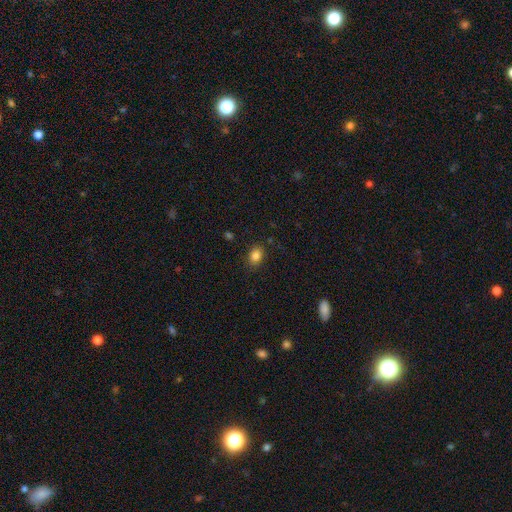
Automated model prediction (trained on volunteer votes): smooth-or-featured: smooth: 84% | star or artifact: 10% | featured or disk: 5%
  how-rounded: in between: 67% | round: 32% | cigar-shaped: 1%
  merging: none: 85% | minor disturbance: 10% | major disturbance: 3% | merger: 1%